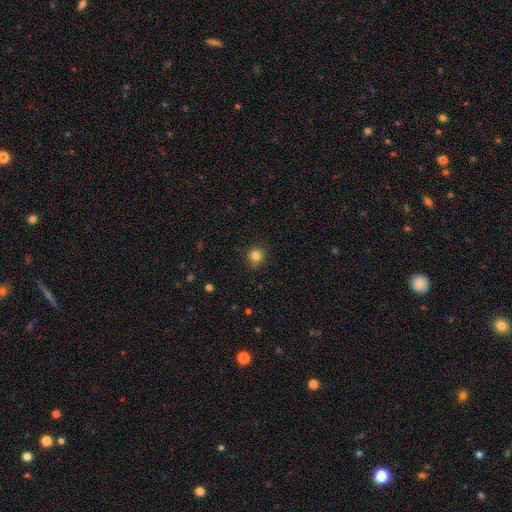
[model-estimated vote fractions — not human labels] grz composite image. It shows a smooth galaxy with no disk features (84%) that is round (87%). Merging: none (83%).